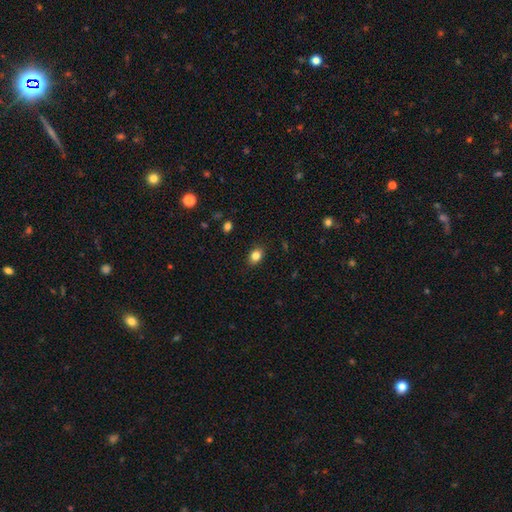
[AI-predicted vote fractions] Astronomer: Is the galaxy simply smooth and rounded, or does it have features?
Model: smooth — 84%.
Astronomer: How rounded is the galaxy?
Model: in between — 72%.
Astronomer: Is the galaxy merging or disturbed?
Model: none — 87%.